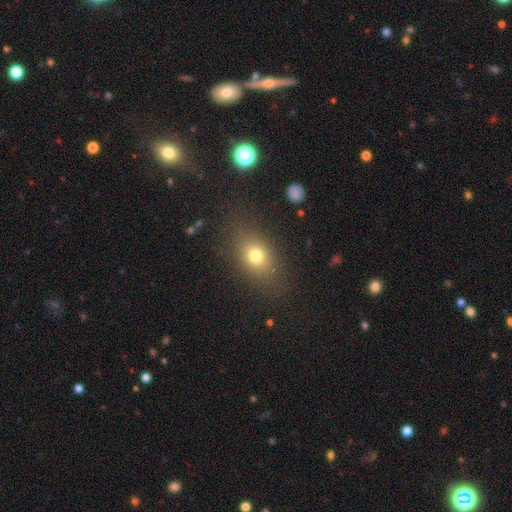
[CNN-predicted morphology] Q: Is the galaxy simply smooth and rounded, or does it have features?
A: smooth — 74%.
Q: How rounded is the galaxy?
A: in between — 65%.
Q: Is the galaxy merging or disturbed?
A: none — 79%.